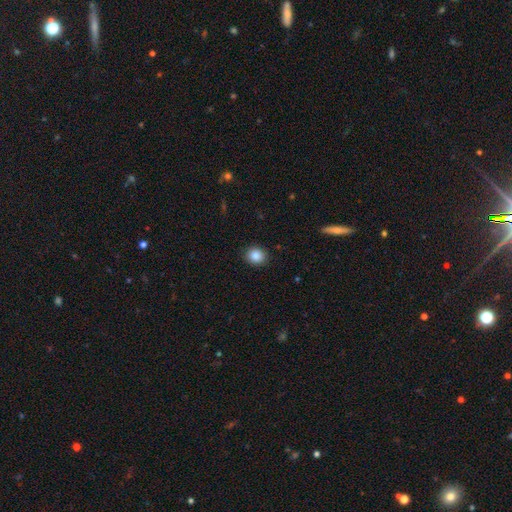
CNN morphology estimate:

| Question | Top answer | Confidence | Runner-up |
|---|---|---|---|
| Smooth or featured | smooth | 86% | star or artifact (9%) |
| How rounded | round | 74% | in between (25%) |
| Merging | none | 90% | minor disturbance (7%) |